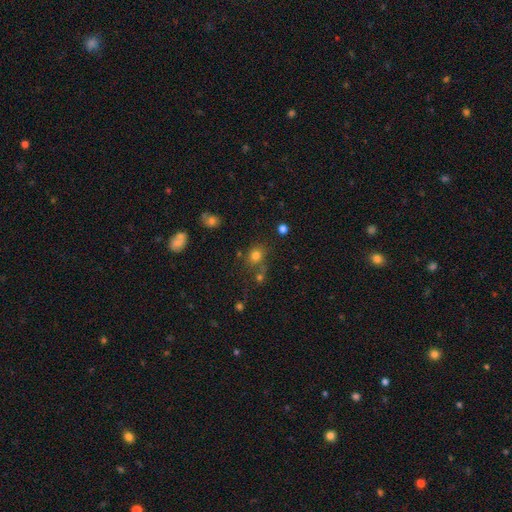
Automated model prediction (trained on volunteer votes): A smooth galaxy with no disk features (76%) that is round (76%).

Vote fractions:
- Smooth or featured? smooth: 76% / star or artifact: 16% / featured or disk: 8%
- How rounded? round: 76% / in between: 23% / cigar-shaped: 1%
- Merging? none: 62% / merger: 19% / minor disturbance: 13% / major disturbance: 7%